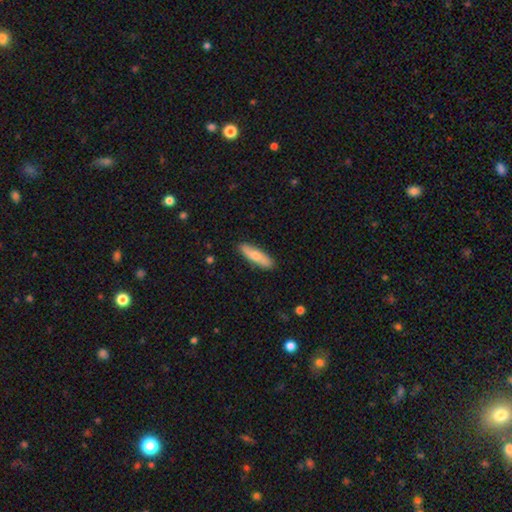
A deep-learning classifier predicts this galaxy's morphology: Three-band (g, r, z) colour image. It shows a smooth galaxy with no disk features (72%) that is cigar-shaped (63%). Merging: none (87%).